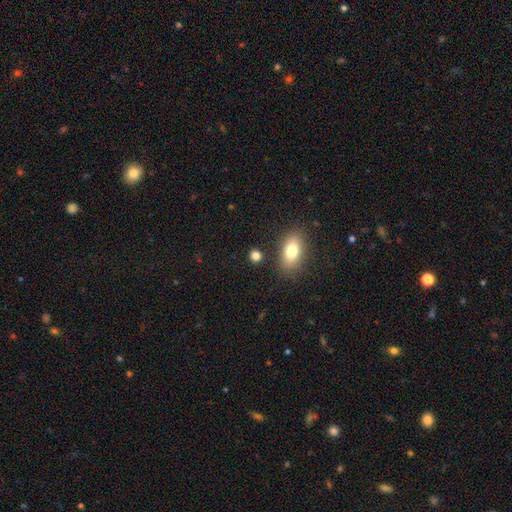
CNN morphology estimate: Smooth or featured? Predicted: smooth (p=0.82). How rounded? Predicted: round (p=0.62). Merging? Predicted: none (p=0.83).